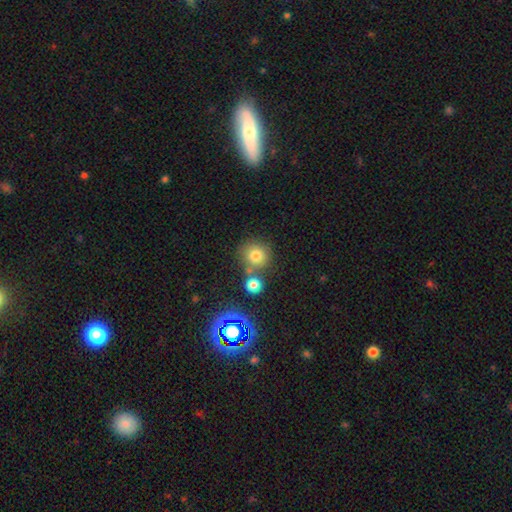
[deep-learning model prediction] A smooth galaxy with no disk features (75%) that is round (89%). Merging: none (64%).